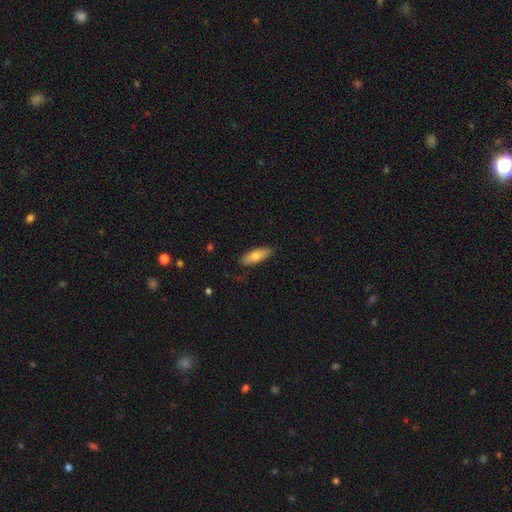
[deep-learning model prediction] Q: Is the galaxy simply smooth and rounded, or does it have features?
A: smooth — 74%.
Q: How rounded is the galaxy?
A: in between — 60%.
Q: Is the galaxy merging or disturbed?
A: none — 85%.